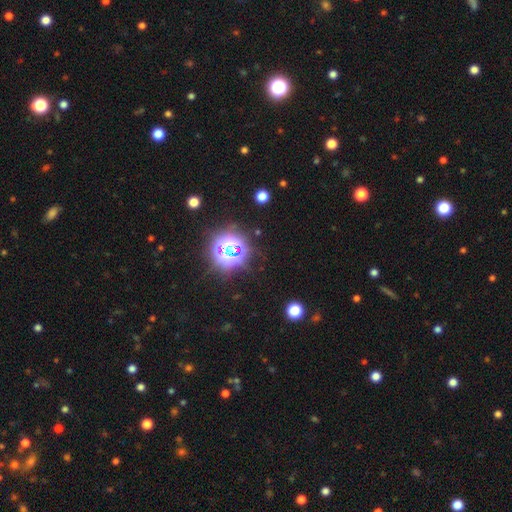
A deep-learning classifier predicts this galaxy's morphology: type=star or artifact (80%).